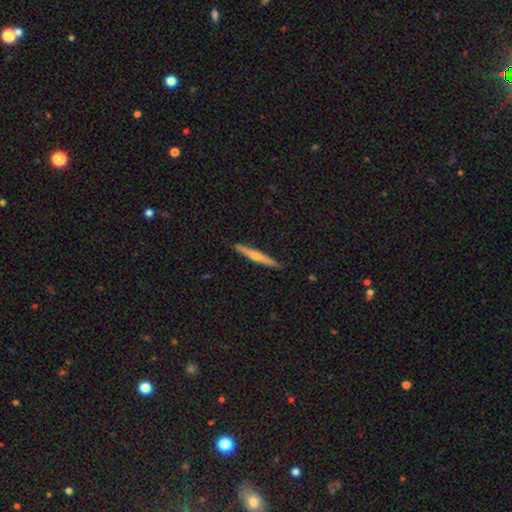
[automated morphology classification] smooth_or_featured: featured or disk (p=0.65) [alt: smooth p=0.29]
disk_edge_on: yes (p=0.98) [alt: no p=0.02]
edge_on_bulge: rounded (p=0.76) [alt: none p=0.19]
merging: none (p=0.92) [alt: minor disturbance p=0.06]